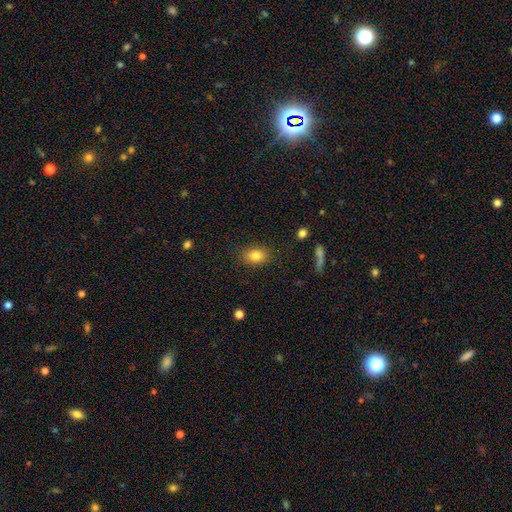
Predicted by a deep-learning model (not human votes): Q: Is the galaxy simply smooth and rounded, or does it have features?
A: smooth — 83%.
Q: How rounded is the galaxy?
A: in between — 69%.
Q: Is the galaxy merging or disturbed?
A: none — 85%.